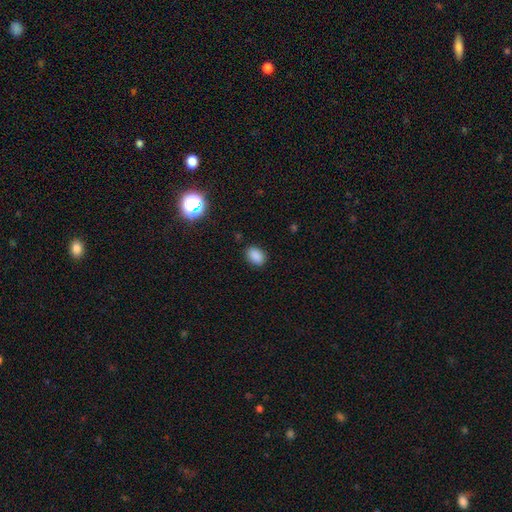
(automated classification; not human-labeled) Smooth or featured?
  - smooth: 86% *
  - star or artifact: 10%
  - featured or disk: 3%
How rounded?
  - in between: 78% *
  - round: 21%
  - cigar-shaped: 1%
Merging?
  - none: 86% *
  - minor disturbance: 10%
  - major disturbance: 3%
  - merger: 1%